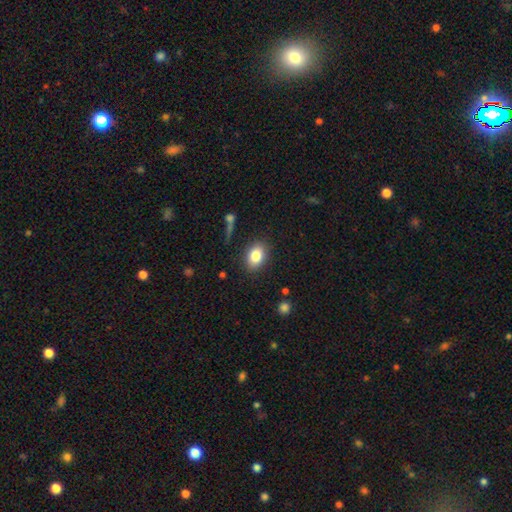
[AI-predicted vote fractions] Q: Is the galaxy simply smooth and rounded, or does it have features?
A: smooth — 83%.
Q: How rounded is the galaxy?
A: in between — 78%.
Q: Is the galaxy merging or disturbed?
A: none — 85%.